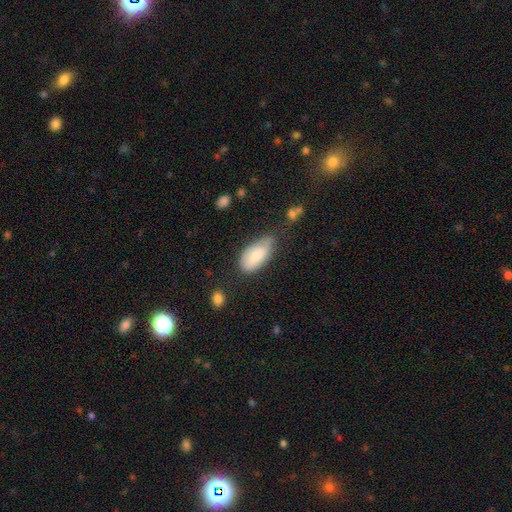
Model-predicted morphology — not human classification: Smooth or featured: smooth — 78% (featured or disk — 16%)
How rounded: in between — 93% (cigar-shaped — 5%)
Merging: none — 53% (minor disturbance — 35%)